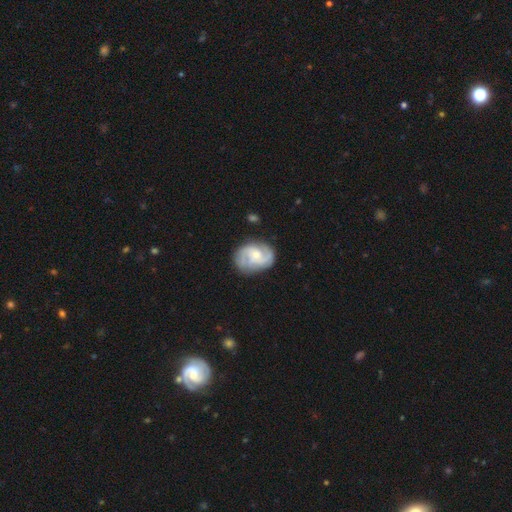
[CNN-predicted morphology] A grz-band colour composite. It shows a featured or disk galaxy (81%) with no bar (61%), 2 (54%) medium (48%) spiral arms (95%) and a small central bulge (54%). Merging: none (73%).